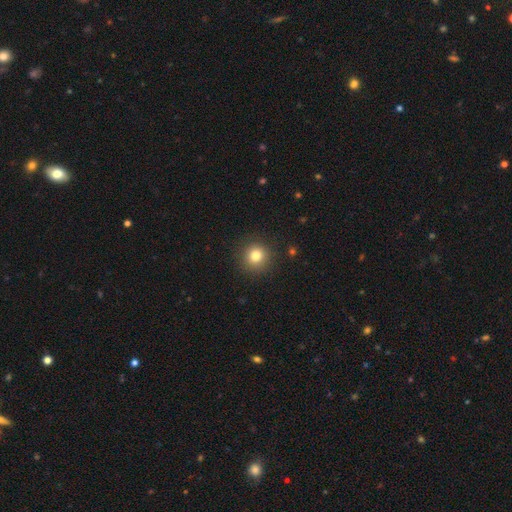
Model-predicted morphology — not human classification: Q: Smooth or featured?
A: smooth (80%); runner-up: star or artifact (12%)
Q: How rounded?
A: round (93%); runner-up: in between (6%)
Q: Merging?
A: none (90%); runner-up: minor disturbance (6%)